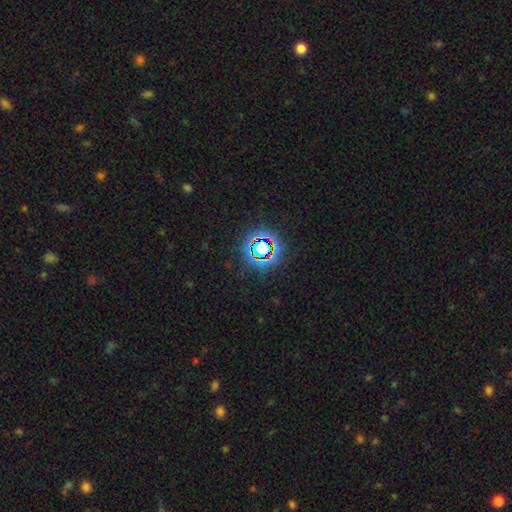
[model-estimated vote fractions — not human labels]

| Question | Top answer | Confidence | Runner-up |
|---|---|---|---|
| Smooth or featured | star or artifact | 73% | smooth (17%) |